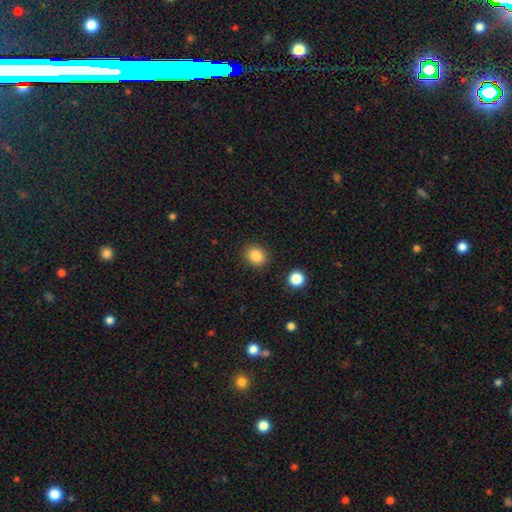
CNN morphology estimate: This is clearly a smooth galaxy (86%). How rounded: likely round (71%). Merging: clearly none (88%).